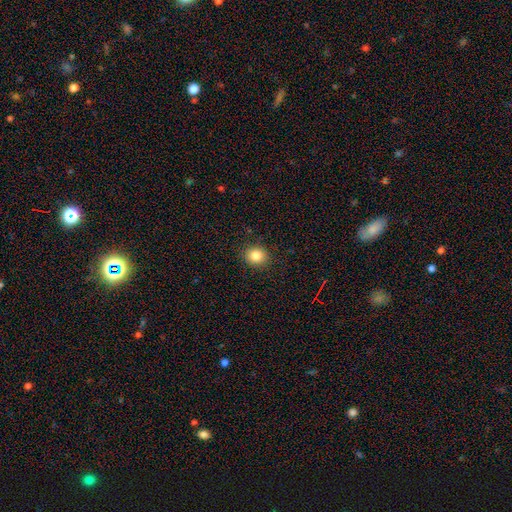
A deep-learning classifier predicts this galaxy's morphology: Overall: smooth (84%). How rounded: round (77%). Merging: none (90%).